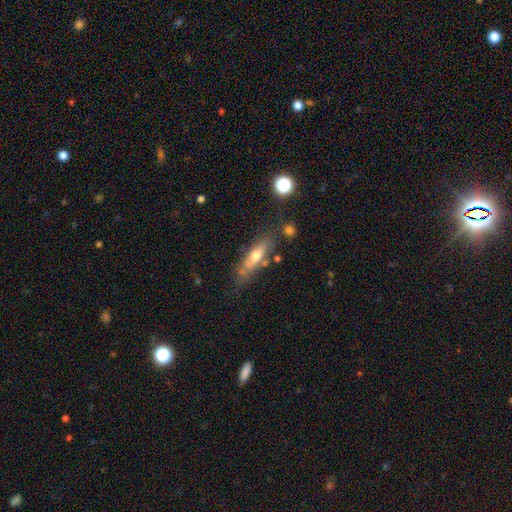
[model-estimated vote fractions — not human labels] smooth_or_featured: smooth (p=0.49) [alt: featured or disk p=0.43]
merging: none (p=0.56) [alt: minor disturbance p=0.23]